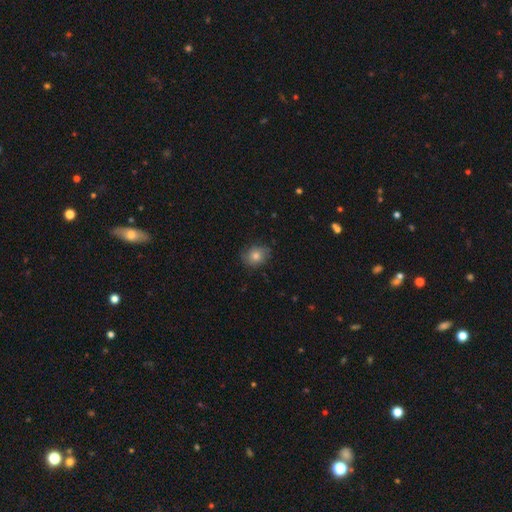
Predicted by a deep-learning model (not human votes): smooth_or_featured: smooth (p=0.79) [alt: star or artifact p=0.11]
how_rounded: round (p=0.62) [alt: in between p=0.37]
merging: none (p=0.80) [alt: minor disturbance p=0.16]